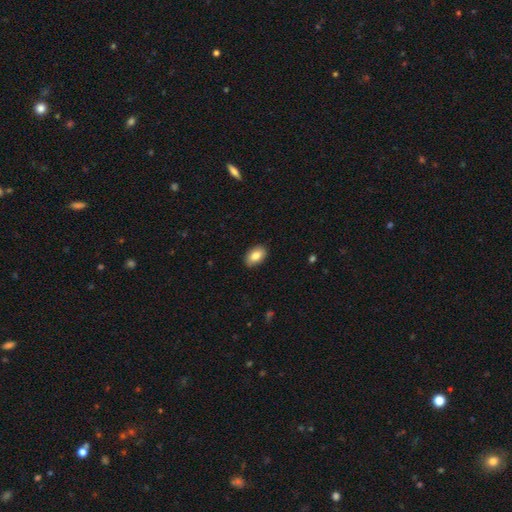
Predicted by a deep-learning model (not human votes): The model was most divided on "smooth or featured": smooth: 83%, featured or disk: 10%, star or artifact: 7%. More confident: how rounded — in between (90%); merging — none (88%).